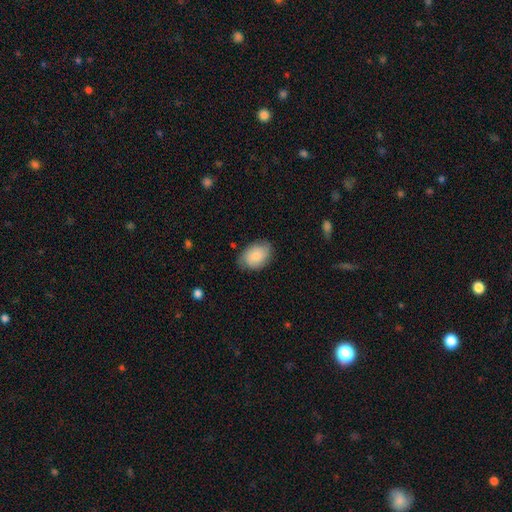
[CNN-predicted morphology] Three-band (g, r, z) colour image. It shows a smooth galaxy with no disk features (71%) that is in between round and cigar-shaped (81%). Merging: none (74%).